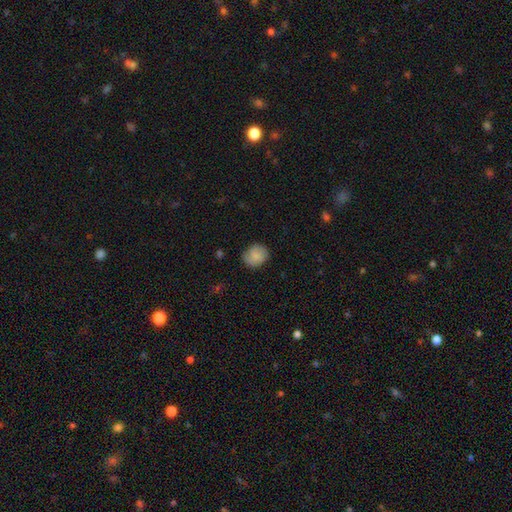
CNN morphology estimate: Smooth or featured: smooth — 84% (featured or disk — 9%)
How rounded: round — 69% (in between — 30%)
Merging: none — 80% (minor disturbance — 15%)